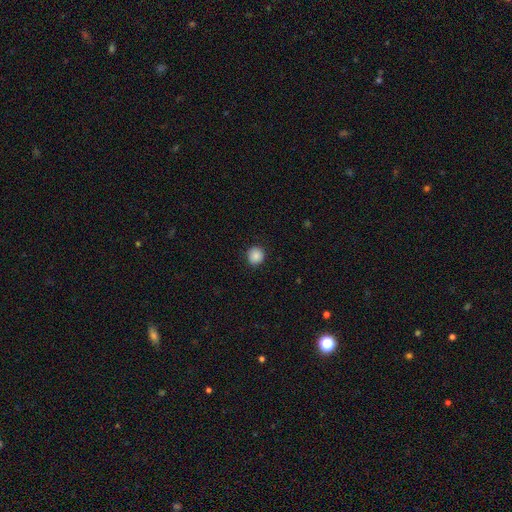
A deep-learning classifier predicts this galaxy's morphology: A smooth galaxy with no disk features (87%) that is round (91%).

Vote fractions:
- Smooth or featured? smooth: 87% / star or artifact: 9% / featured or disk: 3%
- How rounded? round: 91% / in between: 8% / cigar-shaped: 1%
- Merging? none: 90% / minor disturbance: 7% / major disturbance: 2% / merger: 1%